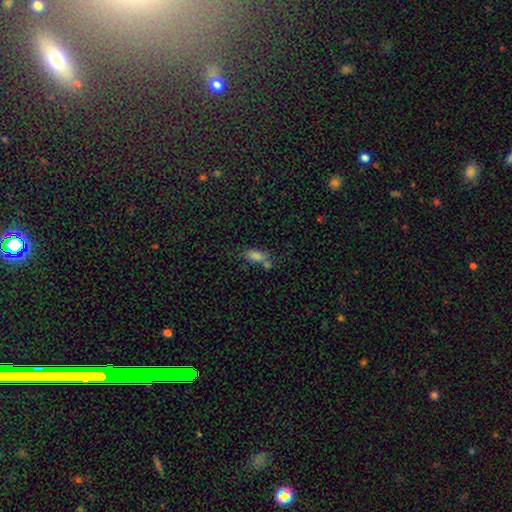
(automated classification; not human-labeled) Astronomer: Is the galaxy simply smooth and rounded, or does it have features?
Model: smooth — 79%.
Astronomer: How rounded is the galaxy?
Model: in between — 87%.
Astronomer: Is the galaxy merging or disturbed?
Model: none — 43% (runner-up: merger, 36%).